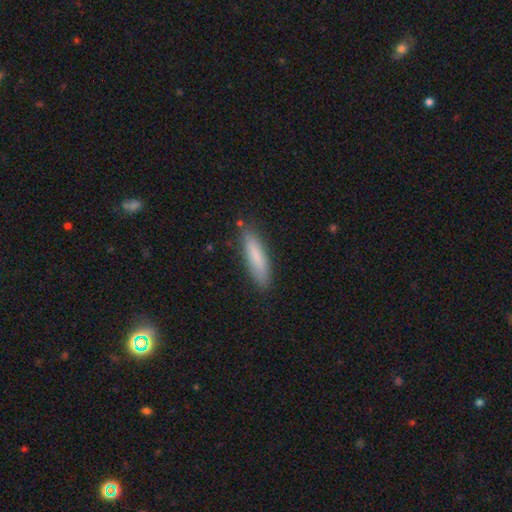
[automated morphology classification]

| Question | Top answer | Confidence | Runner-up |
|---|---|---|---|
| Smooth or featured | smooth | 81% | featured or disk (12%) |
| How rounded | cigar-shaped | 76% | in between (23%) |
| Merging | none | 85% | minor disturbance (11%) |